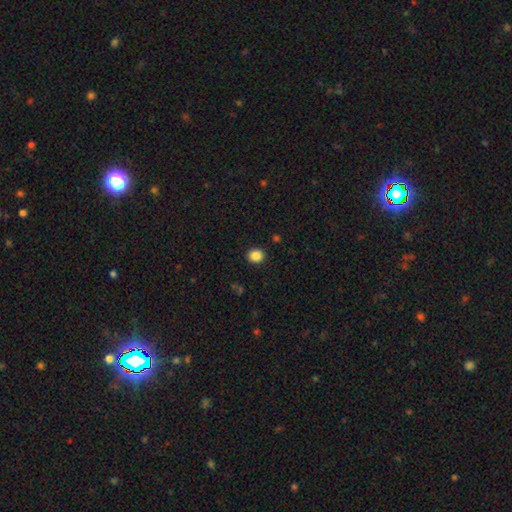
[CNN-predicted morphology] Q: Smooth or featured?
A: smooth (86%); runner-up: star or artifact (10%)
Q: How rounded?
A: round (82%); runner-up: in between (17%)
Q: Merging?
A: none (92%); runner-up: minor disturbance (6%)